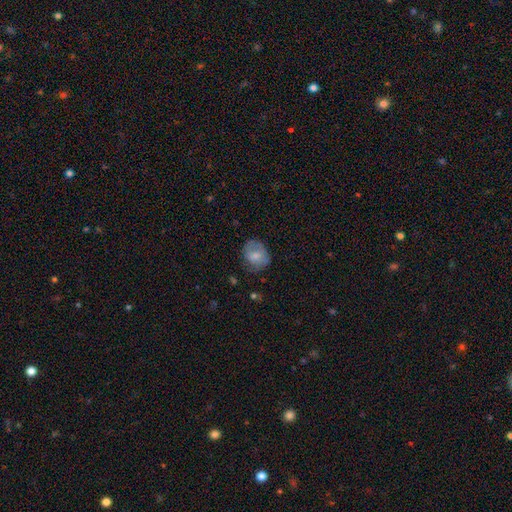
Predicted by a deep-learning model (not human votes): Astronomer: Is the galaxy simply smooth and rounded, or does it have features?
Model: smooth — 69%.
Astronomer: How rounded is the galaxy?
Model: round — 62% (runner-up: in between, 37%).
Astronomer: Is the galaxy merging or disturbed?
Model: none — 65%.